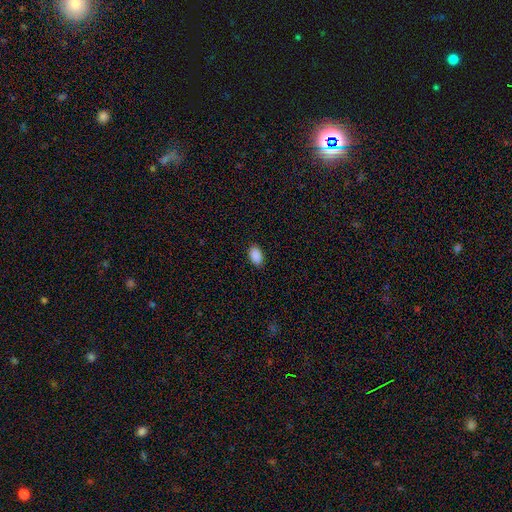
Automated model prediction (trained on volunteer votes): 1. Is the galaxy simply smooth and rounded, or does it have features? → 90% smooth, 7% star or artifact, 3% featured or disk.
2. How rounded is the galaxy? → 93% in between, 5% round, 2% cigar-shaped.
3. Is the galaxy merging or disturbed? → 88% none, 9% minor disturbance, 2% major disturbance, 1% merger.